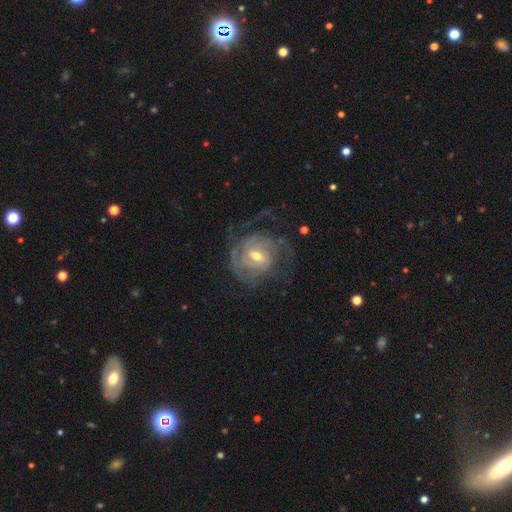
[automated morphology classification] smooth-or-featured: featured or disk: 89% | smooth: 6% | star or artifact: 5%
  disk-edge-on: no: 97% | yes: 3%
    bar: weak: 51% | no: 31% | strong: 18%
    has-spiral-arms: yes: 96% | no: 4%
      spiral-winding: tight: 63% | medium: 29% | loose: 8%
      spiral-arm-count: 2: 32% | can't tell: 25% | 3: 24% | 4: 9% | 1: 6% | more than 4: 5%
    bulge-size: moderate: 56% | small: 39% | large: 3% | none: 1% | dominant: 1%
  merging: none: 64% | minor disturbance: 18% | major disturbance: 17% | merger: 1%